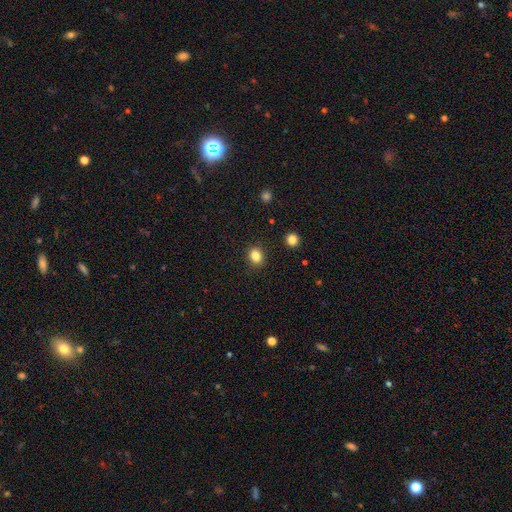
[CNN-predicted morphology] type=smooth (84%); roundness=round (58%); merging=none (89%).